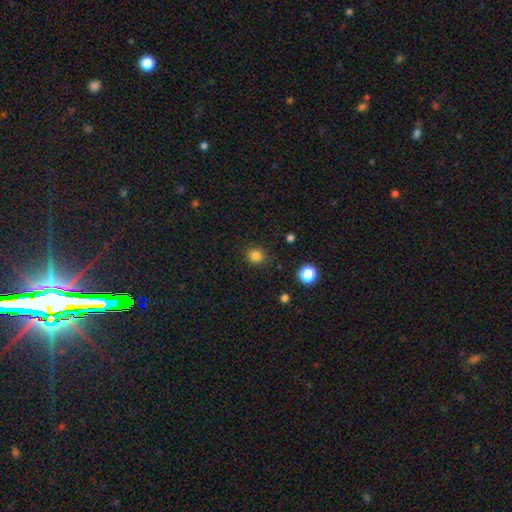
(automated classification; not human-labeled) Overall: smooth (83%). How rounded: round (88%). Merging: none (86%).